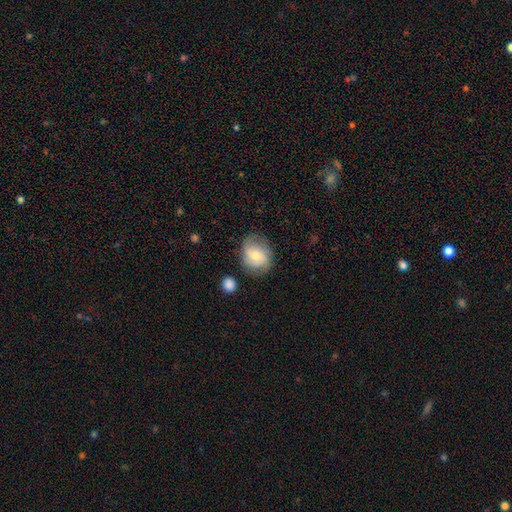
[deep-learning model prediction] A smooth galaxy with no disk features (52%) that is round (64%). Merging: none (68%).